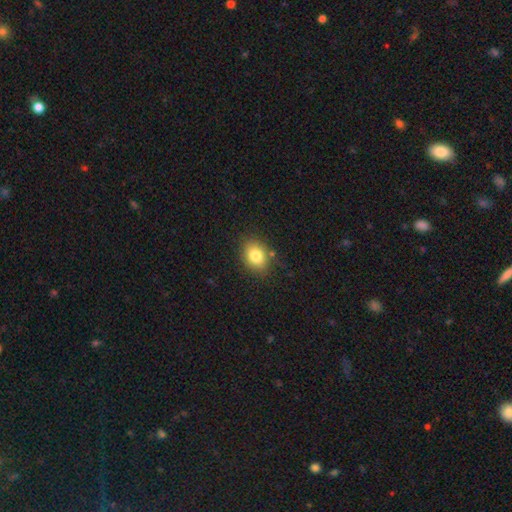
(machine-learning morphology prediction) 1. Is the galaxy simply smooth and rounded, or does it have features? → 81% smooth, 10% star or artifact, 9% featured or disk.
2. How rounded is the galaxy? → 62% in between, 37% round, 1% cigar-shaped.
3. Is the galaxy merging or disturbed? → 82% none, 12% minor disturbance, 3% major disturbance, 3% merger.